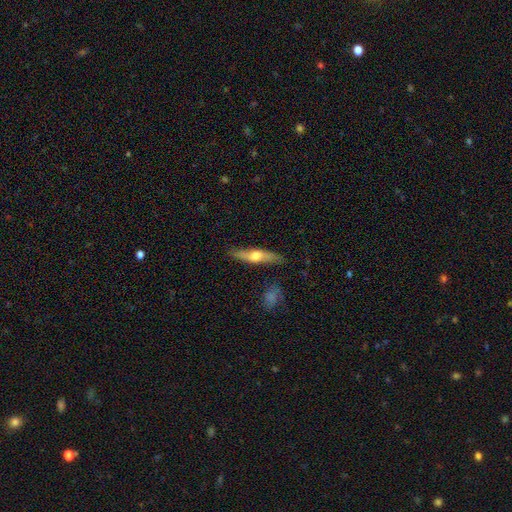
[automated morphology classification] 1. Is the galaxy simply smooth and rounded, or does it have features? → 52% featured or disk, 42% smooth, 6% star or artifact.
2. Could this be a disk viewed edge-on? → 88% yes, 12% no.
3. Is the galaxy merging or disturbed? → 84% none, 12% minor disturbance, 2% major disturbance, 2% merger.